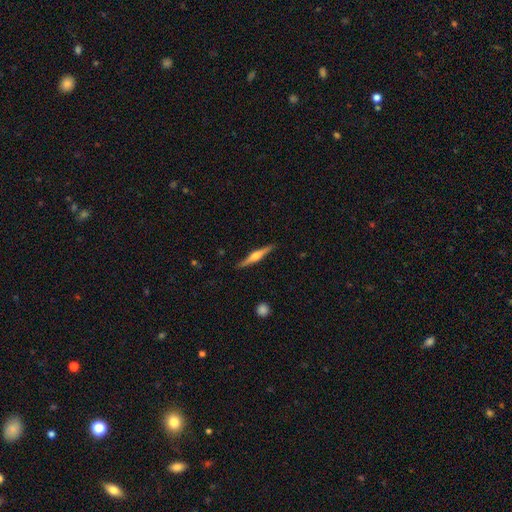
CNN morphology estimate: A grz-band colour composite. It shows a featured or disk galaxy (75%) viewed edge-on (98%) with a rounded central bulge (91%). Merging: none (90%).